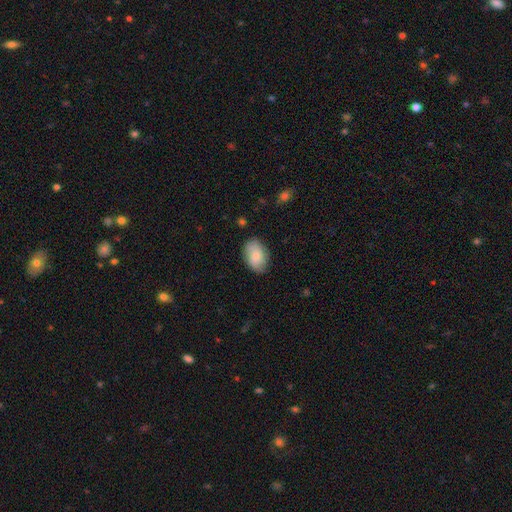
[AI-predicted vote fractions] smooth_or_featured: smooth (p=0.79) [alt: featured or disk p=0.15]
how_rounded: in between (p=0.87) [alt: round p=0.12]
merging: none (p=0.79) [alt: minor disturbance p=0.16]